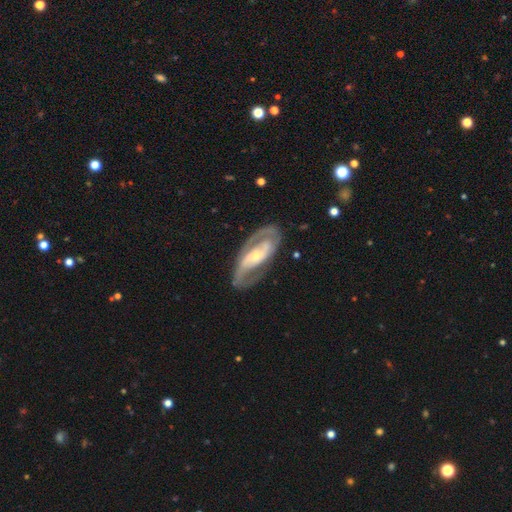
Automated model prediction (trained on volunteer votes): smooth_or_featured: featured or disk (p=0.85) [alt: smooth p=0.10]
disk_edge_on: no (p=0.93) [alt: yes p=0.07]
bar: no (p=0.39) [alt: strong p=0.32]
has_spiral_arms: yes (p=0.86) [alt: no p=0.14]
spiral_winding: medium (p=0.45) [alt: tight p=0.37]
spiral_arm_count: 2 (p=0.82) [alt: can't tell p=0.09]
bulge_size: small (p=0.60) [alt: moderate p=0.34]
merging: none (p=0.75) [alt: minor disturbance p=0.15]